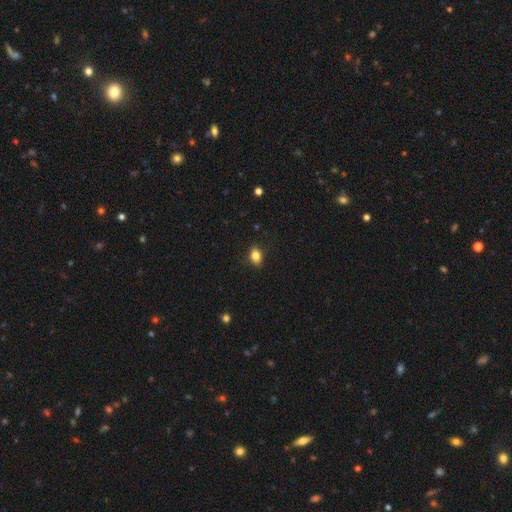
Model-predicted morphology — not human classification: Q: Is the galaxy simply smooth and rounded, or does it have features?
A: smooth — 82%.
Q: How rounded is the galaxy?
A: in between — 80%.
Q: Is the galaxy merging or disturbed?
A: none — 86%.